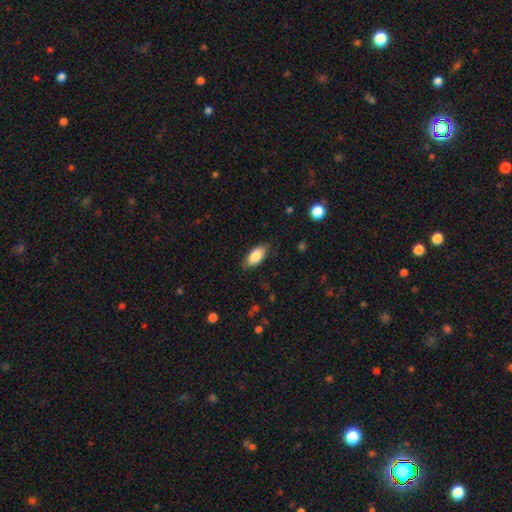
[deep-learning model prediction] Smooth or featured? smooth (84%)
How rounded? in between (89%)
Merging? none (80%)